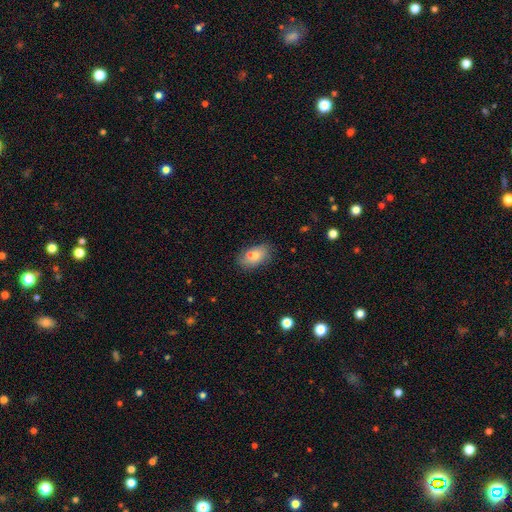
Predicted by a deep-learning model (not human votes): This appears to be a smooth galaxy with no disk features (76%) that is in between round and cigar-shaped (89%). Merging: none (65%).